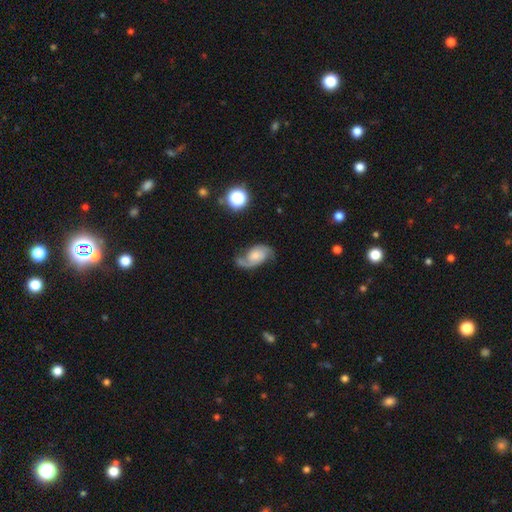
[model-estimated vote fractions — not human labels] Smooth or featured? featured or disk (79%)
Edge-on disk? no (97%)
Bar? no (63%)
Spiral arms? yes (96%)
Spiral winding? medium (46%)
Spiral arm count? 2 (84%)
Bulge size? moderate (34%, tied with small)
Merging? none (64%)